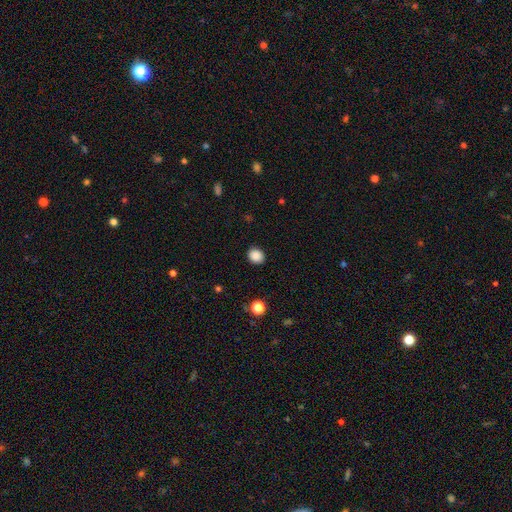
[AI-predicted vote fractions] A smooth galaxy with no disk features (88%) that is round (67%).

Vote fractions:
- Smooth or featured? smooth: 88% / star or artifact: 10% / featured or disk: 3%
- How rounded? round: 67% / in between: 32% / cigar-shaped: 1%
- Merging? none: 90% / minor disturbance: 7% / major disturbance: 2% / merger: 1%